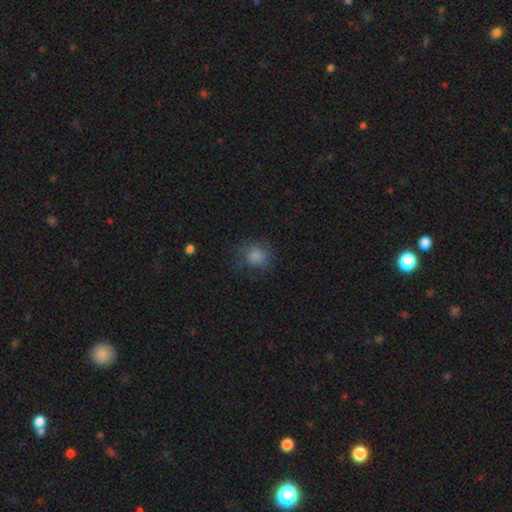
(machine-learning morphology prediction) smooth 75%, star or artifact 15%, featured or disk 11%. Down the decision tree: how rounded — round (78%); merging — none (68%).